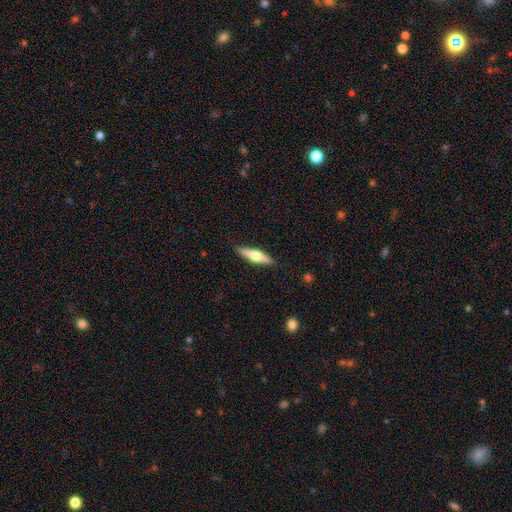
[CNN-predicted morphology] A featured or disk galaxy (55%) viewed edge-on (95%) with a rounded central bulge (93%).

Vote fractions:
- Smooth or featured? featured or disk: 55% / smooth: 40% / star or artifact: 5%
- Edge-on disk? yes: 95% / no: 5%
- Edge-on bulge? rounded: 93% / boxy: 5% / none: 3%
- Merging? none: 88% / minor disturbance: 9% / major disturbance: 2% / merger: 1%